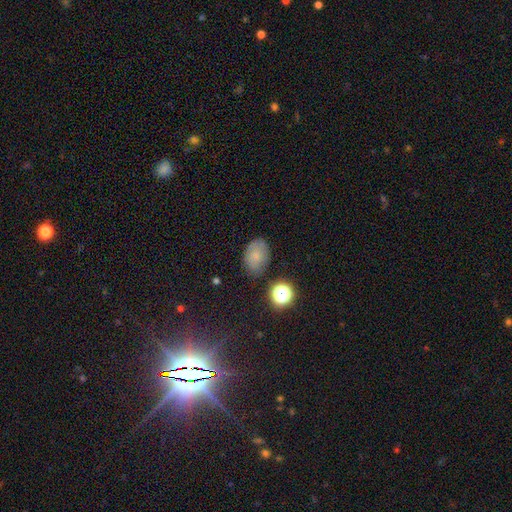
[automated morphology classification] Smooth or featured? Predicted: smooth (p=0.72). How rounded? Predicted: in between (p=0.79). Merging? Predicted: none (p=0.77).